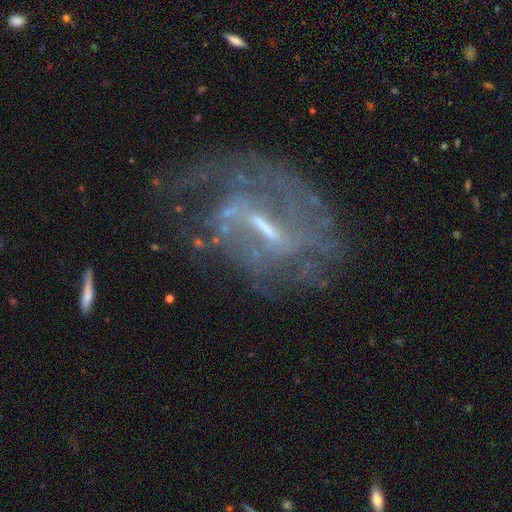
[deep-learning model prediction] smooth-or-featured: featured or disk: 81% | star or artifact: 10% | smooth: 9%
  disk-edge-on: no: 93% | yes: 7%
    bar: strong: 53% | weak: 36% | no: 12%
    has-spiral-arms: yes: 77% | no: 23%
      spiral-winding: medium: 40% | loose: 35% | tight: 26%
      spiral-arm-count: 2: 47% | can't tell: 30% | 1: 8% | 3: 7% | 4: 4% | more than 4: 4%
    bulge-size: small: 45% | moderate: 31% | none: 20% | large: 3% | dominant: 1%
  merging: none: 51% | major disturbance: 25% | minor disturbance: 19% | merger: 4%